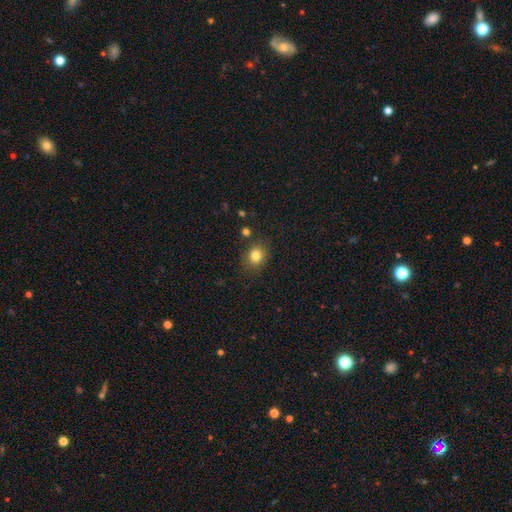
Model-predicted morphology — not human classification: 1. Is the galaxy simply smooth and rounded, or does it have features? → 81% smooth, 12% star or artifact, 7% featured or disk.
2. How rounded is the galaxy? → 66% round, 33% in between, 1% cigar-shaped.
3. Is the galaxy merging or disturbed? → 82% none, 12% minor disturbance, 3% merger, 3% major disturbance.